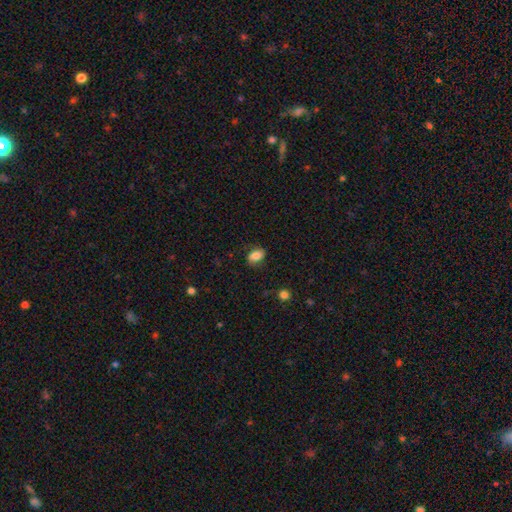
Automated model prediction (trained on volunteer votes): Morphology: type=smooth (76%); roundness=in between (78%); merging=none (74%).